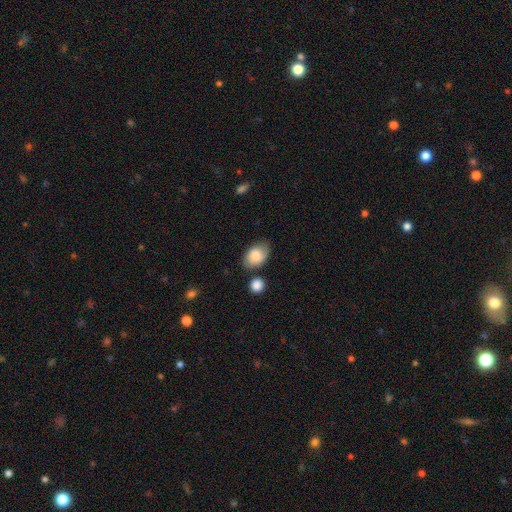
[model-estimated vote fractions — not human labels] Smooth or featured: smooth — 78% (featured or disk — 14%)
How rounded: in between — 84% (round — 15%)
Merging: none — 63% (minor disturbance — 23%)